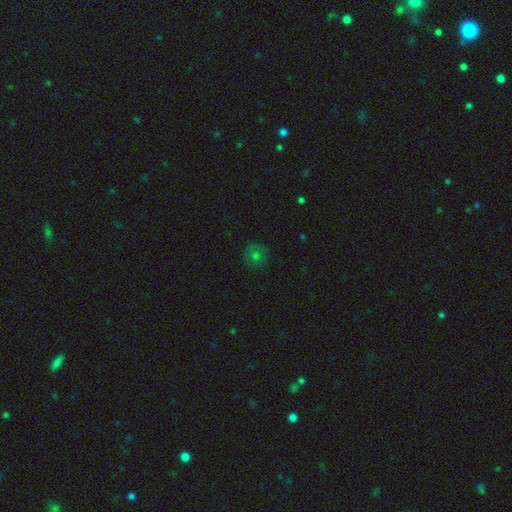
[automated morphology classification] Smooth or featured: smooth — 52% (featured or disk — 26%)
How rounded: round — 89% (in between — 10%)
Merging: none — 78% (minor disturbance — 14%)